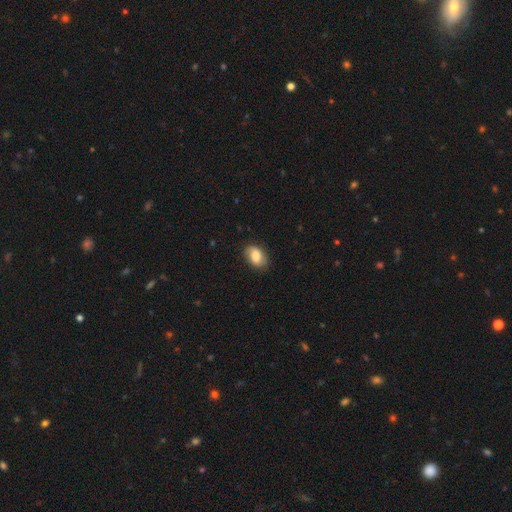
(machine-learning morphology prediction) smooth 76%, featured or disk 17%, star or artifact 7%. Down the decision tree: how rounded — in between (84%); merging — none (79%).